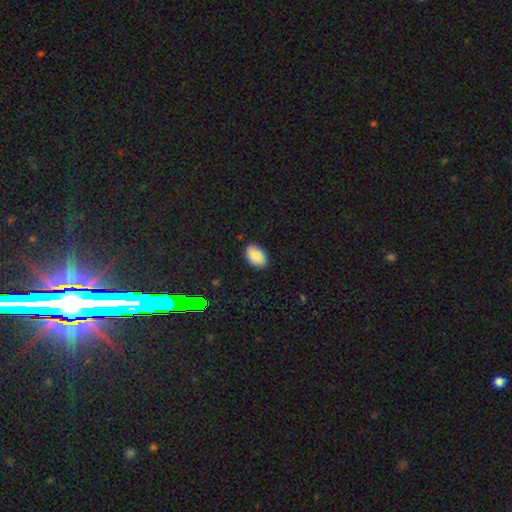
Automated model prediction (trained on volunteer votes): A smooth galaxy with no disk features (87%) that is in between round and cigar-shaped (90%). Merging: none (85%).